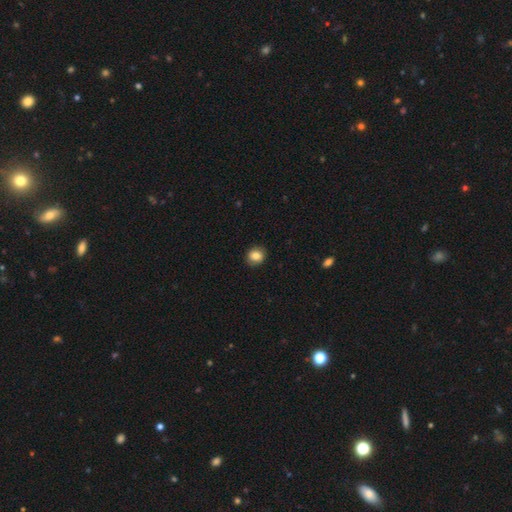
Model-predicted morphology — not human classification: Overall: smooth (84%). How rounded: round (81%). Merging: none (90%).